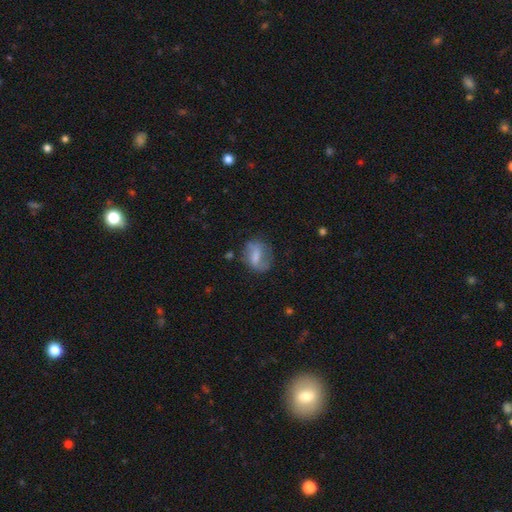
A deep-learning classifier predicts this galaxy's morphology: Overall: smooth (54%; featured or disk 37%). How rounded: in between (64%; round 32%). Merging: none (57%; minor disturbance 25%).